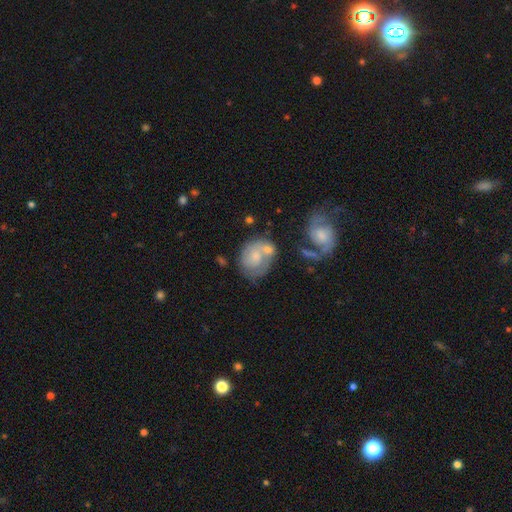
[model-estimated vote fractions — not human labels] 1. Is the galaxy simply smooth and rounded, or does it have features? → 52% smooth, 41% featured or disk, 8% star or artifact.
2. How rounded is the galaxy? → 50% round, 48% in between, 1% cigar-shaped.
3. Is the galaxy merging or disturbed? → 39% none, 30% merger, 19% minor disturbance, 11% major disturbance.